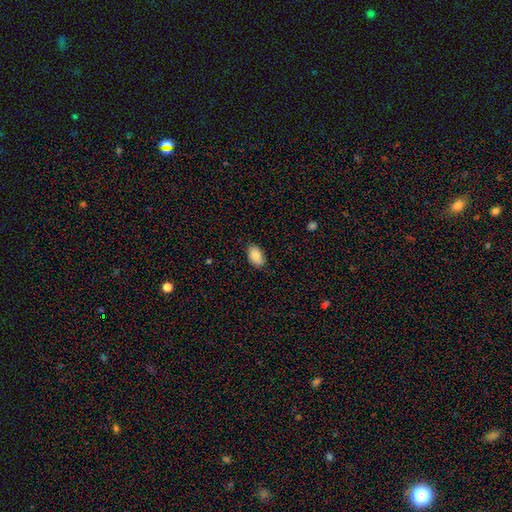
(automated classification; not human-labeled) Q: Smooth or featured?
A: smooth (87%); runner-up: star or artifact (7%)
Q: How rounded?
A: in between (91%); runner-up: round (8%)
Q: Merging?
A: none (80%); runner-up: minor disturbance (16%)